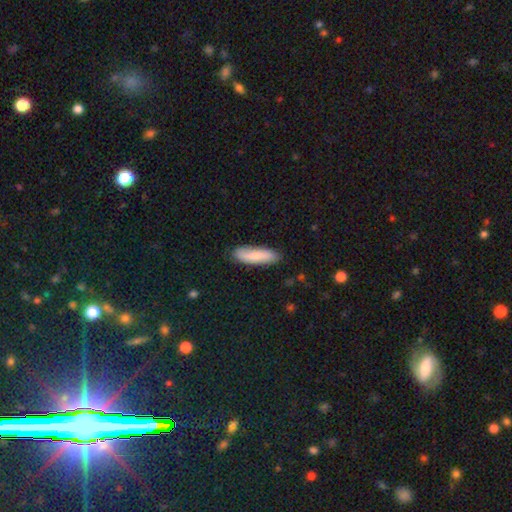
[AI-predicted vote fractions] smooth 76%, featured or disk 18%, star or artifact 6%. Down the decision tree: how rounded — cigar-shaped (58%); merging — none (84%).